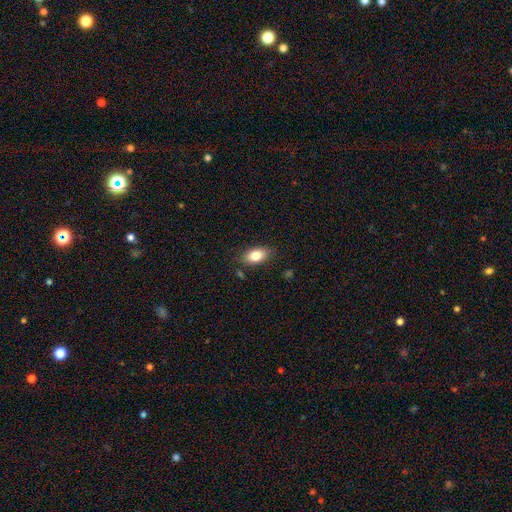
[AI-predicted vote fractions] This appears to be a smooth galaxy with no disk features (81%) that is in between round and cigar-shaped (89%). Merging: none (82%).